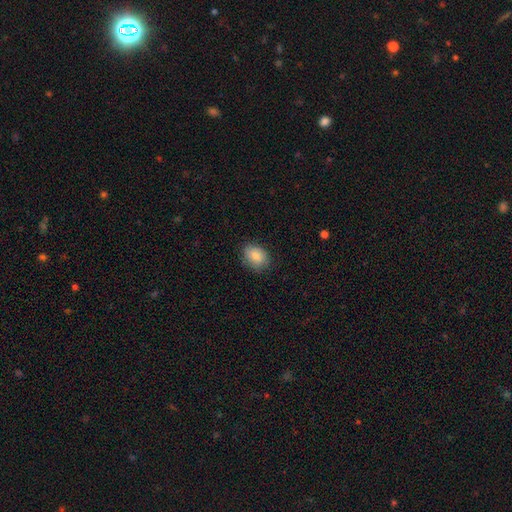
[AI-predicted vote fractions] Smooth or featured?
  - smooth: 86% *
  - star or artifact: 7%
  - featured or disk: 6%
How rounded?
  - in between: 65% *
  - round: 34%
  - cigar-shaped: 1%
Merging?
  - none: 82% *
  - minor disturbance: 14%
  - major disturbance: 3%
  - merger: 1%